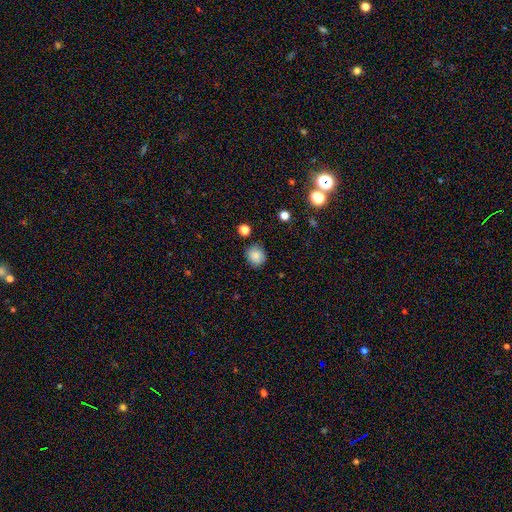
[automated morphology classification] smooth-or-featured: smooth: 85% | star or artifact: 10% | featured or disk: 5%
  how-rounded: round: 86% | in between: 13% | cigar-shaped: 1%
  merging: none: 83% | minor disturbance: 12% | major disturbance: 3% | merger: 2%